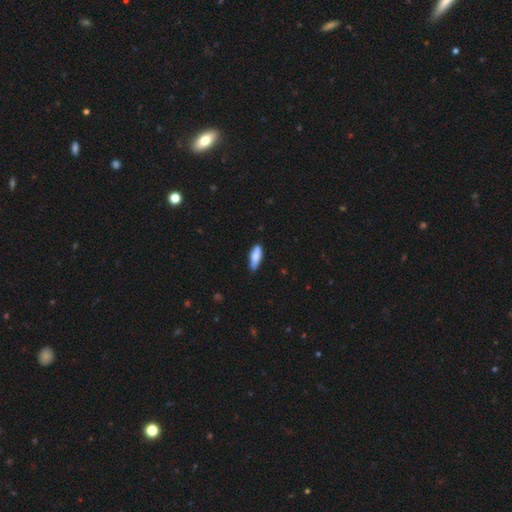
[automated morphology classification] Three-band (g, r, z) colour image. It shows a smooth galaxy with no disk features (84%) that is in between round and cigar-shaped (60%). Merging: none (78%).